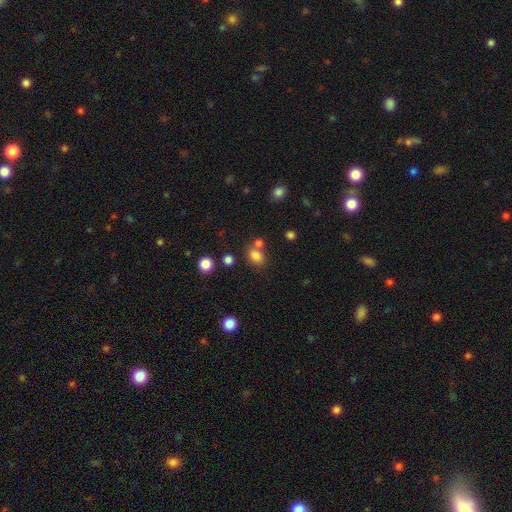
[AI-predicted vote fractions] smooth-or-featured: smooth: 80% | star or artifact: 13% | featured or disk: 7%
  how-rounded: in between: 59% | round: 40% | cigar-shaped: 1%
  merging: none: 59% | merger: 25% | minor disturbance: 12% | major disturbance: 4%